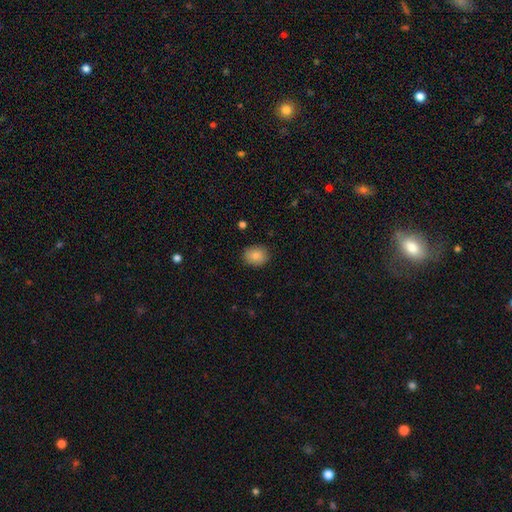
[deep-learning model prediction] smooth-or-featured: smooth: 86% | star or artifact: 8% | featured or disk: 6%
  how-rounded: round: 53% | in between: 46% | cigar-shaped: 1%
  merging: none: 87% | minor disturbance: 10% | major disturbance: 2% | merger: 1%